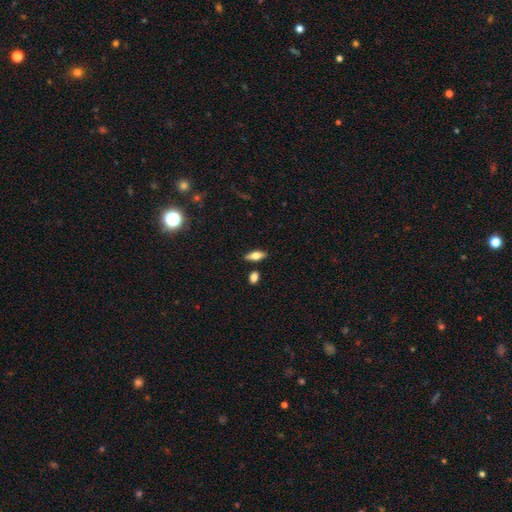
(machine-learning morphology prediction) smooth-or-featured: smooth: 65% | featured or disk: 28% | star or artifact: 8%
  how-rounded: in between: 75% | cigar-shaped: 21% | round: 3%
  merging: none: 84% | minor disturbance: 9% | merger: 5% | major disturbance: 2%